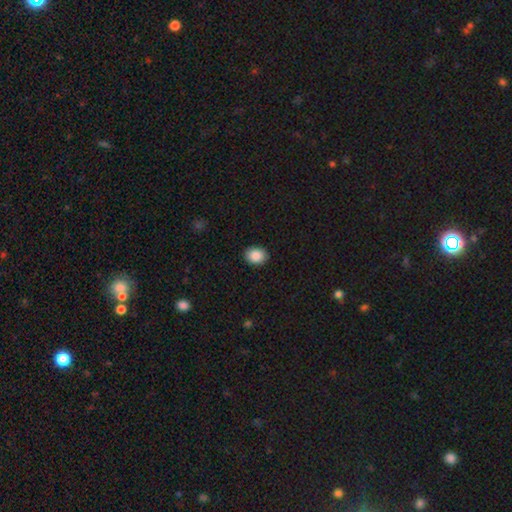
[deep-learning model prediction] Smooth or featured? Predicted: smooth (p=0.89). How rounded? Predicted: in between (p=0.53). Merging? Predicted: none (p=0.91).